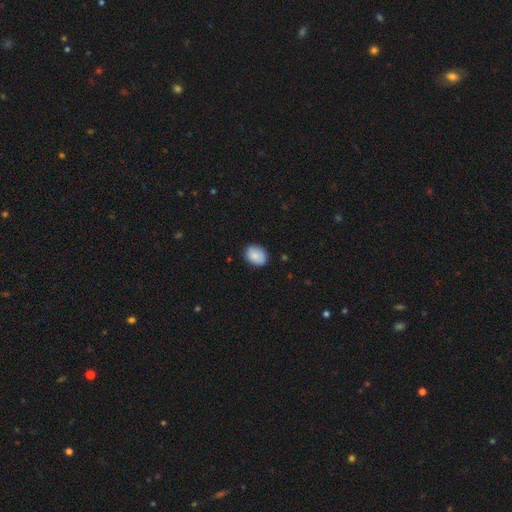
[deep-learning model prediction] Smooth or featured? smooth (85%)
How rounded? in between (66%)
Merging? none (83%)